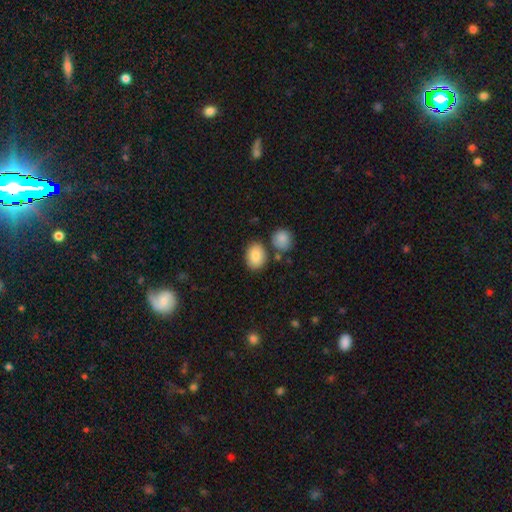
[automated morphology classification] A smooth galaxy with no disk features (88%) that is in between round and cigar-shaped (77%). Merging: none (74%).